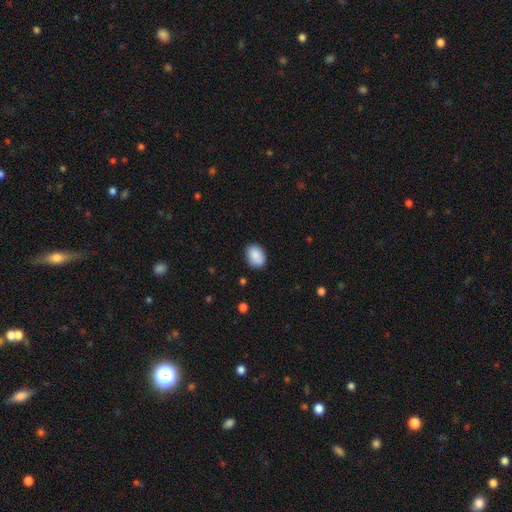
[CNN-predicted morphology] Smooth or featured? Predicted: smooth (p=0.87). How rounded? Predicted: in between (p=0.73). Merging? Predicted: none (p=0.82).